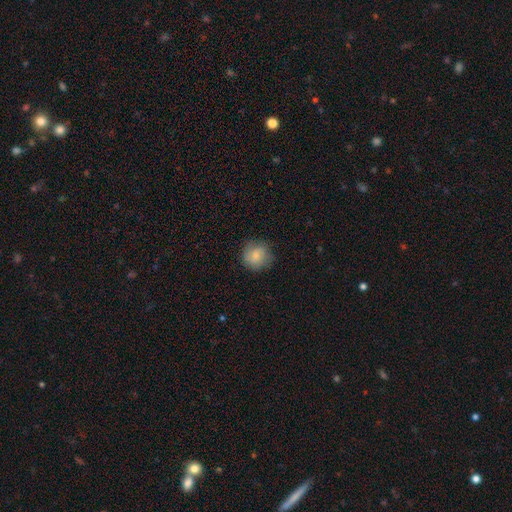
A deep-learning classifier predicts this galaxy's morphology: Q: Smooth or featured?
A: smooth (81%); runner-up: featured or disk (11%)
Q: How rounded?
A: round (90%); runner-up: in between (9%)
Q: Merging?
A: none (79%); runner-up: minor disturbance (16%)